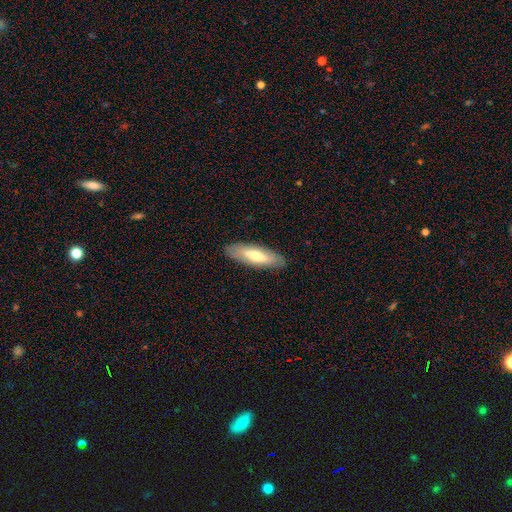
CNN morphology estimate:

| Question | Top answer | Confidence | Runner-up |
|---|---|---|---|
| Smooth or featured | smooth | 60% | featured or disk (34%) |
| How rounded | in between | 51% | cigar-shaped (47%) |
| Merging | none | 87% | minor disturbance (10%) |